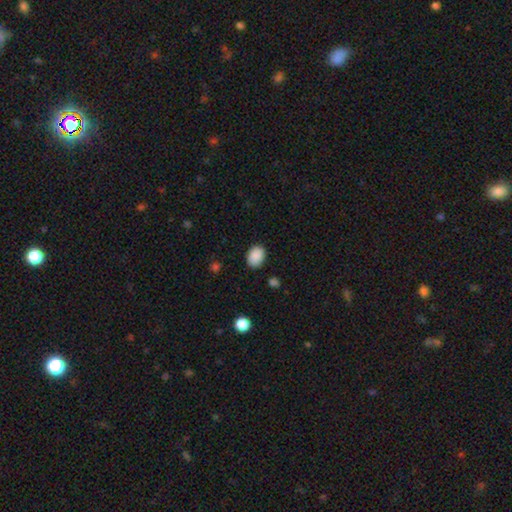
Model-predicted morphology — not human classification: Smooth or featured: smooth — 89% (star or artifact — 8%)
How rounded: in between — 71% (round — 29%)
Merging: none — 84% (minor disturbance — 12%)